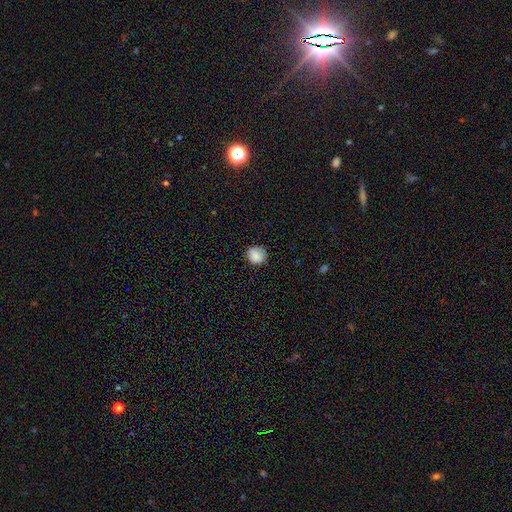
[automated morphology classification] Smooth or featured?
  - smooth: 87% *
  - star or artifact: 9%
  - featured or disk: 5%
How rounded?
  - round: 87% *
  - in between: 12%
  - cigar-shaped: 1%
Merging?
  - none: 83% *
  - minor disturbance: 13%
  - major disturbance: 3%
  - merger: 1%